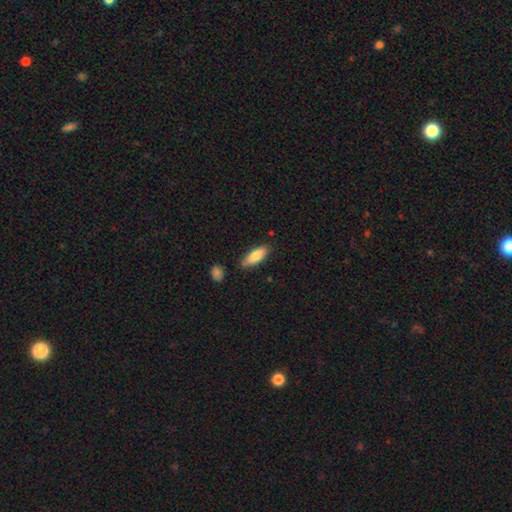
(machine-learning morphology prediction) smooth 80%, featured or disk 14%, star or artifact 6%. Down the decision tree: how rounded — in between (66%); merging — none (79%).